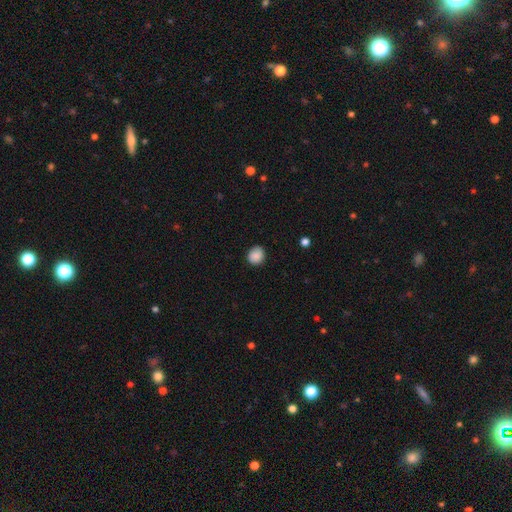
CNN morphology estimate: A smooth galaxy with no disk features (88%) that is round (81%).

Vote fractions:
- Smooth or featured? smooth: 88% / star or artifact: 8% / featured or disk: 4%
- How rounded? round: 81% / in between: 18% / cigar-shaped: 1%
- Merging? none: 85% / minor disturbance: 11% / major disturbance: 2% / merger: 1%